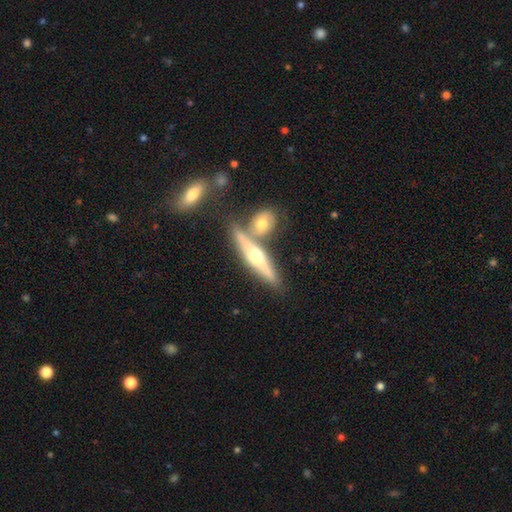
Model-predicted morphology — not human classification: smooth_or_featured: featured or disk (p=0.71) [alt: smooth p=0.23]
disk_edge_on: yes (p=0.96) [alt: no p=0.04]
edge_on_bulge: rounded (p=0.93) [alt: boxy p=0.04]
merging: none (p=0.68) [alt: merger p=0.20]